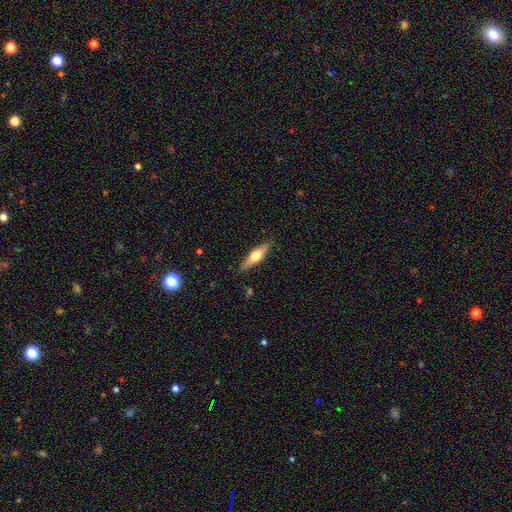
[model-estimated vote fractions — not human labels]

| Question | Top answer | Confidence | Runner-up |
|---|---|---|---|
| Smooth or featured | featured or disk | 50% | smooth (44%) |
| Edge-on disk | yes | 92% | no (8%) |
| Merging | none | 88% | minor disturbance (9%) |